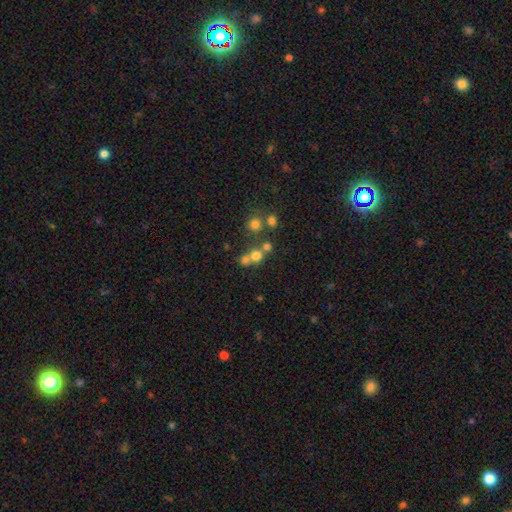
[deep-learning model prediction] Smooth or featured? Predicted: smooth (p=0.66). How rounded? Predicted: round (p=0.84). Merging? Predicted: none (p=0.47).